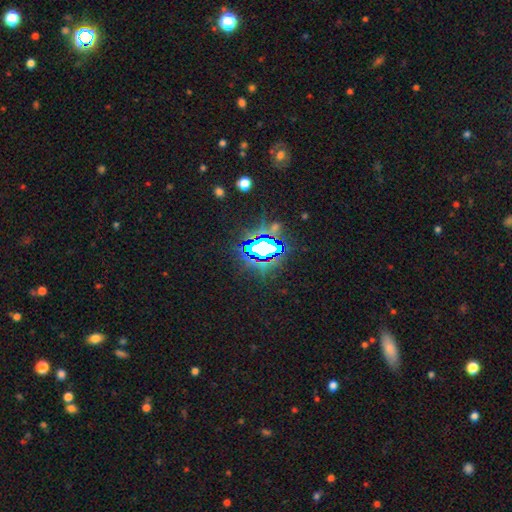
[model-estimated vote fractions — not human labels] The model was most divided on "smooth or featured": star or artifact: 75%, smooth: 13%, featured or disk: 12%.